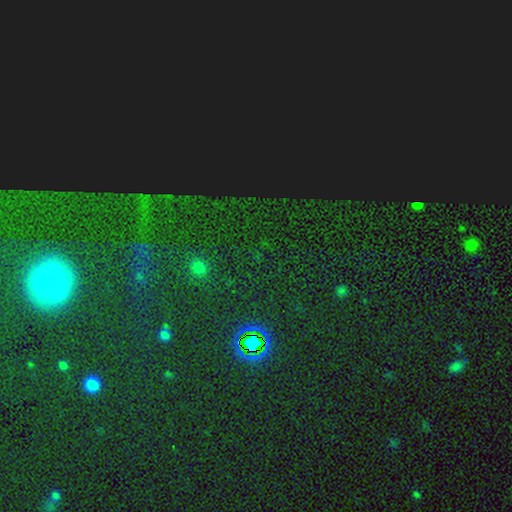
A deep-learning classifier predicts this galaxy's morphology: The model was most divided on "smooth or featured": star or artifact: 75%, smooth: 14%, featured or disk: 12%.